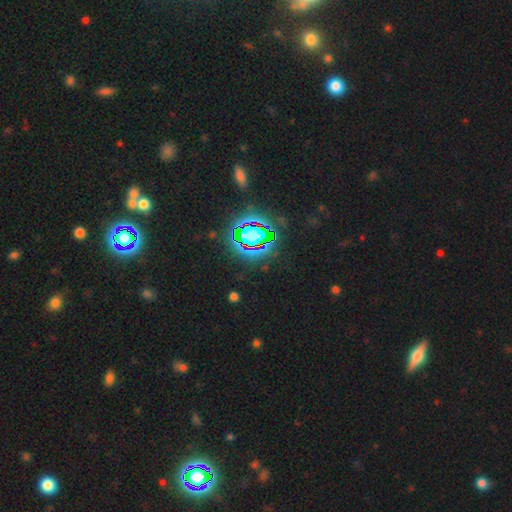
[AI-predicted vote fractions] star or artifact 81%, smooth 11%, featured or disk 8%.